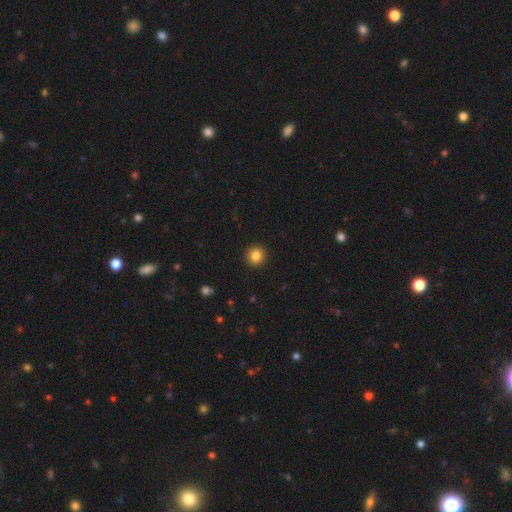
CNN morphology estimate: This is clearly a smooth galaxy (85%). How rounded: clearly round (93%). Merging: clearly none (93%).